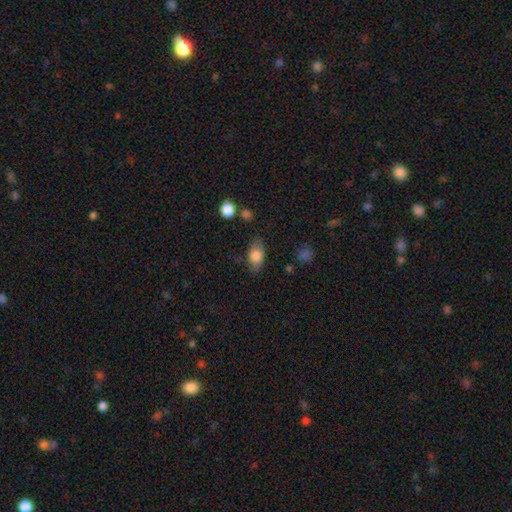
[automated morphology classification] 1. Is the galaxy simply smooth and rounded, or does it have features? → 77% smooth, 15% featured or disk, 8% star or artifact.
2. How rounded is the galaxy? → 87% in between, 10% round, 4% cigar-shaped.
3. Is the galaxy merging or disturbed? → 72% none, 19% minor disturbance, 6% major disturbance, 2% merger.